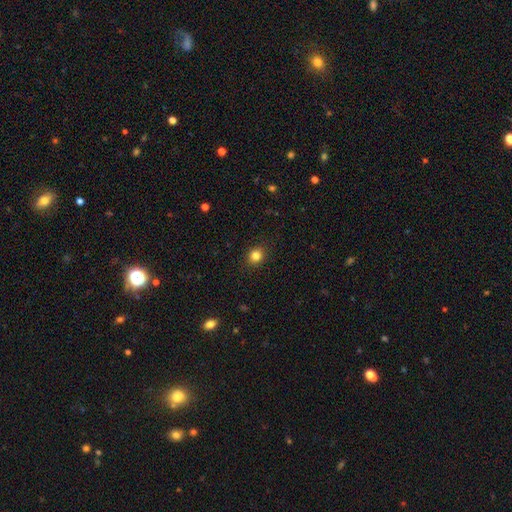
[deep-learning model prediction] Q: Smooth or featured?
A: smooth (83%); runner-up: star or artifact (12%)
Q: How rounded?
A: round (82%); runner-up: in between (17%)
Q: Merging?
A: none (90%); runner-up: minor disturbance (7%)